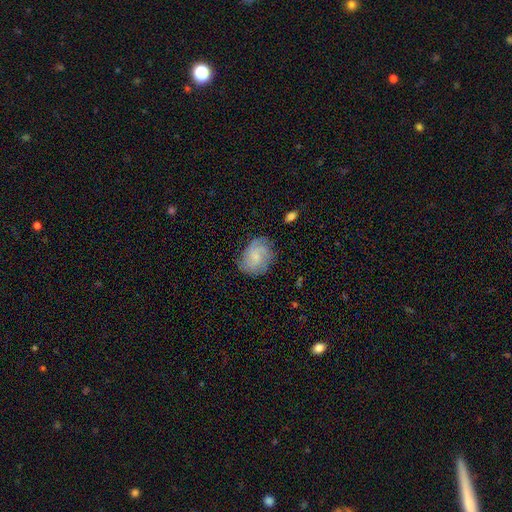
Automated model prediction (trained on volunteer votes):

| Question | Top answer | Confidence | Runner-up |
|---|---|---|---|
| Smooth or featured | featured or disk | 60% | smooth (32%) |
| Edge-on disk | no | 98% | yes (2%) |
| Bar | no | 62% | weak (34%) |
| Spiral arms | yes | 91% | no (9%) |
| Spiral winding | tight | 45% | medium (40%) |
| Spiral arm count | can't tell | 30% | 2 (26%) |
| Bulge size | small | 53% | moderate (26%) |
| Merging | none | 70% | minor disturbance (21%) |